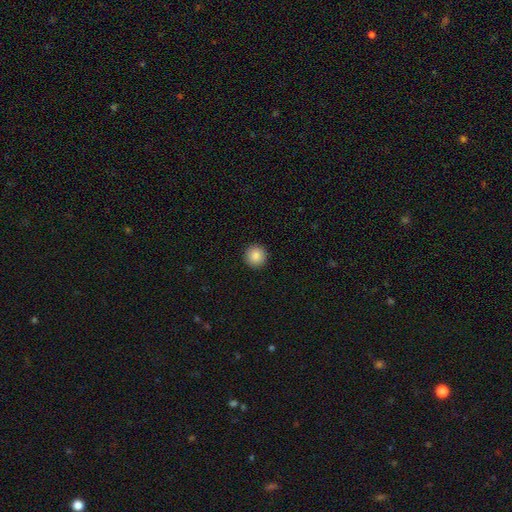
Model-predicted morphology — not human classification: smooth-or-featured: smooth: 87% | star or artifact: 9% | featured or disk: 4%
  how-rounded: round: 96% | in between: 3% | cigar-shaped: 1%
  merging: none: 94% | minor disturbance: 4% | major disturbance: 1% | merger: 1%